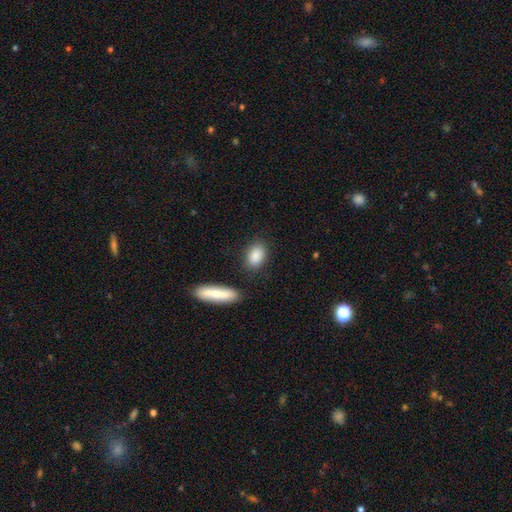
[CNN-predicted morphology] Smooth or featured? Predicted: smooth (p=0.88). How rounded? Predicted: in between (p=0.84). Merging? Predicted: none (p=0.80).